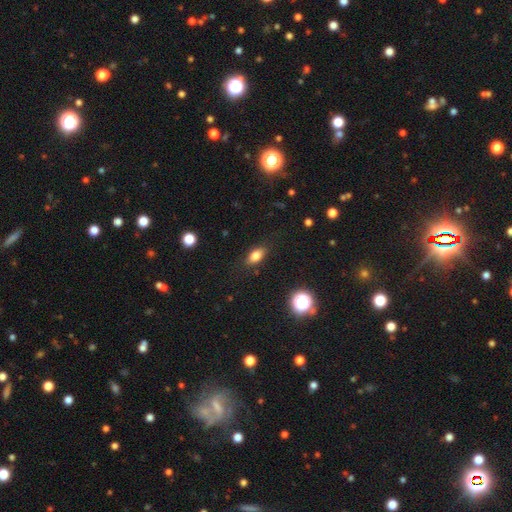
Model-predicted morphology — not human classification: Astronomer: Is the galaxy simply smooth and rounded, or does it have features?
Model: smooth — 79%.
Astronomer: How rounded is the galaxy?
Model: in between — 84%.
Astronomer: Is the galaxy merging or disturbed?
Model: none — 85%.